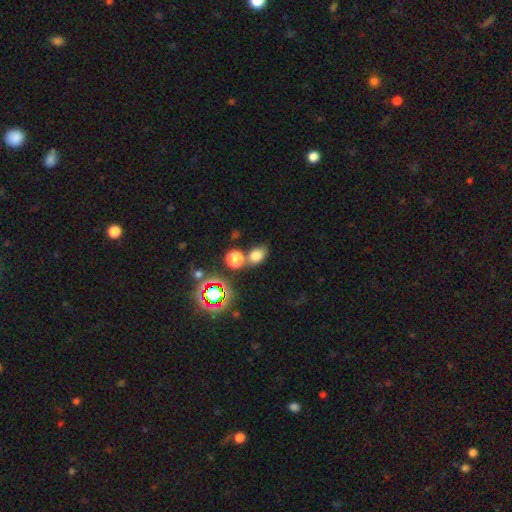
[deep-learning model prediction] Morphology: type=smooth (73%); roundness=in between (65%); merging=none (58%).